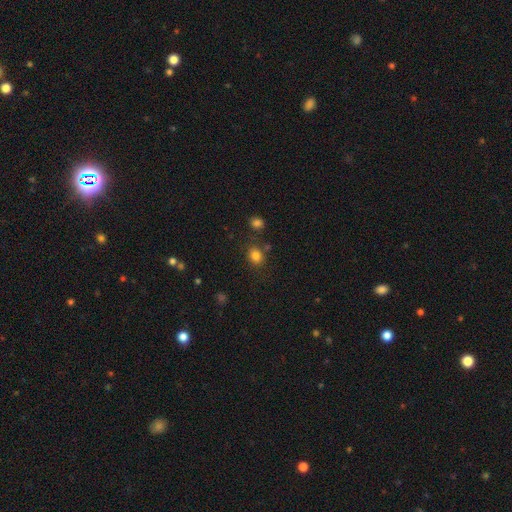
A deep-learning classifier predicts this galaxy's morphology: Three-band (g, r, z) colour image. It shows a smooth galaxy with no disk features (81%) that is round (59%). Merging: none (76%).